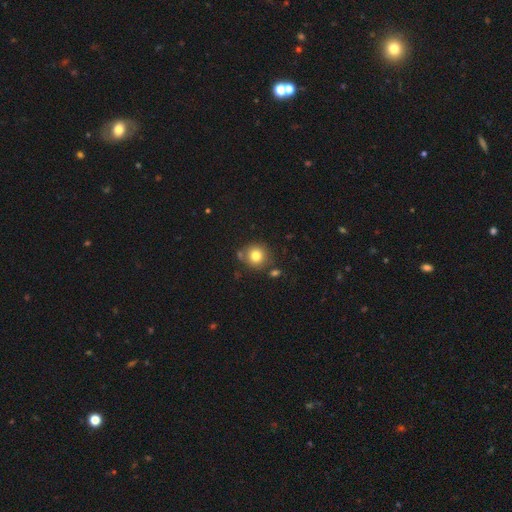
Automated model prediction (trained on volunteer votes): smooth_or_featured: smooth (p=0.79) [alt: star or artifact p=0.11]
how_rounded: round (p=0.90) [alt: in between p=0.09]
merging: none (p=0.75) [alt: minor disturbance p=0.12]